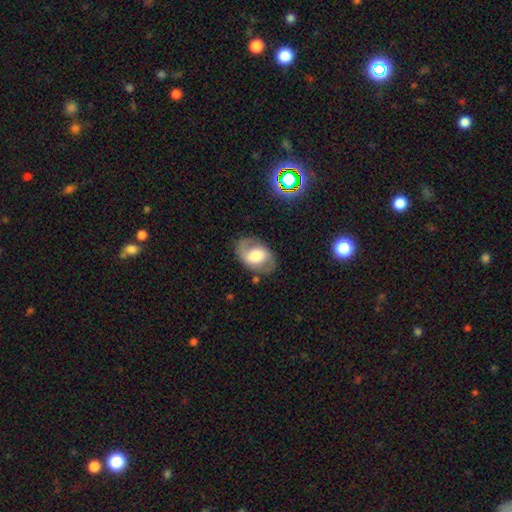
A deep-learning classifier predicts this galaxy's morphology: A featured or disk galaxy (56%) with no bar (44%), spiral arms (73%) and a moderate central bulge (46%). Merging: none (76%).